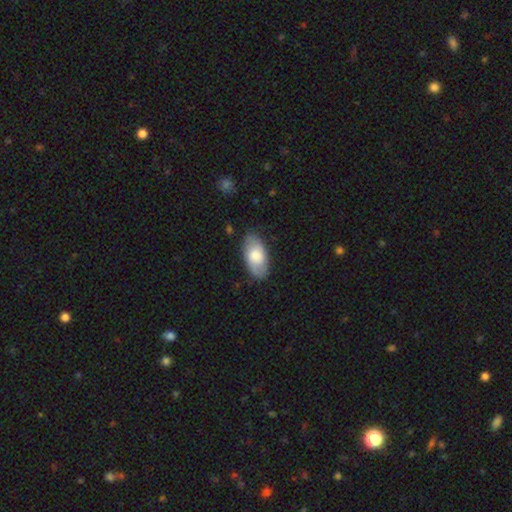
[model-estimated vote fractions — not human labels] This is likely a smooth galaxy (70%). How rounded: clearly in between (94%). Merging: clearly none (82%).